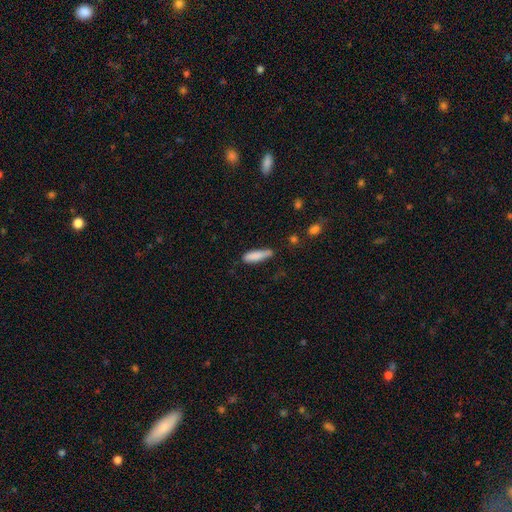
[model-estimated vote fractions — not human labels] Overall: smooth (84%). How rounded: cigar-shaped (68%; in between 31%). Merging: none (63%; minor disturbance 27%).